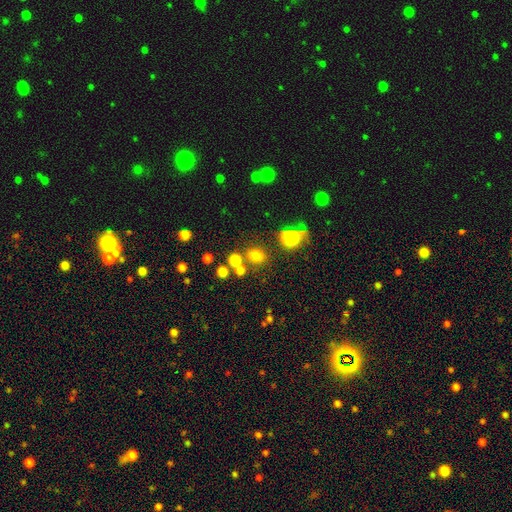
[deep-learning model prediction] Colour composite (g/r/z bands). It shows a smooth galaxy with no disk features (70%) that is round (65%). Merging: none (71%).